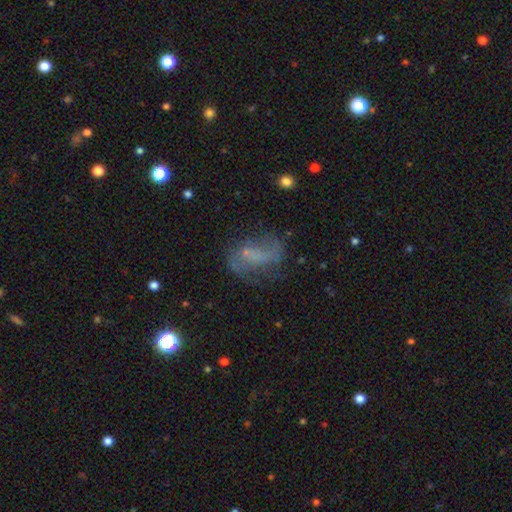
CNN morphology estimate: Q: Smooth or featured?
A: featured or disk (46%); runner-up: smooth (34%)
Q: Merging?
A: none (56%); runner-up: minor disturbance (22%)